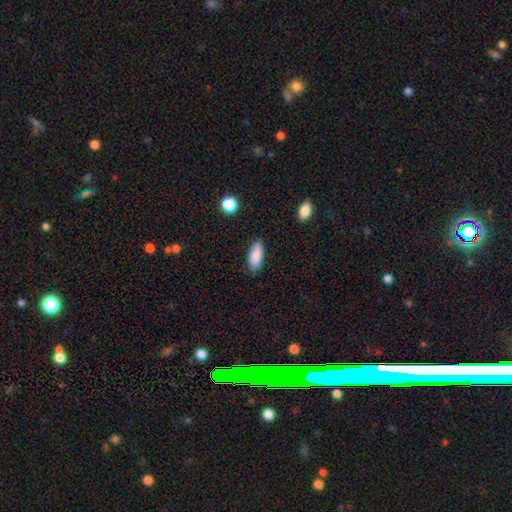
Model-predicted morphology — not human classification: Smooth or featured? Predicted: smooth (p=0.88). How rounded? Predicted: in between (p=0.80). Merging? Predicted: none (p=0.84).